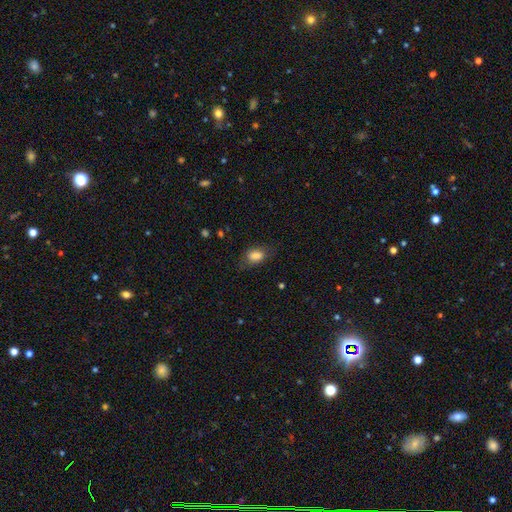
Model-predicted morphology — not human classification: This is clearly a smooth galaxy (81%). How rounded: clearly in between (86%). Merging: likely none (67%).